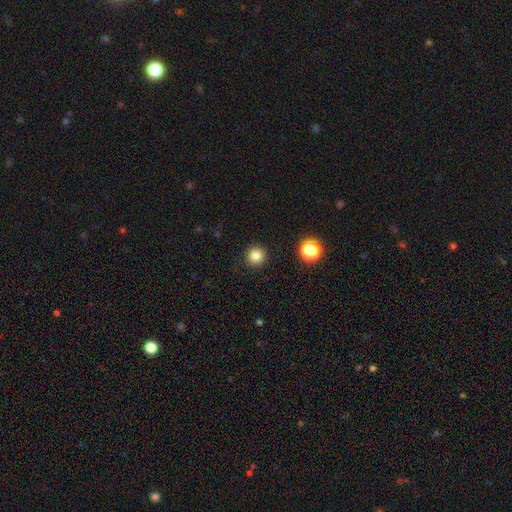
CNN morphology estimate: This is clearly a smooth galaxy (83%). How rounded: clearly round (95%). Merging: clearly none (92%).